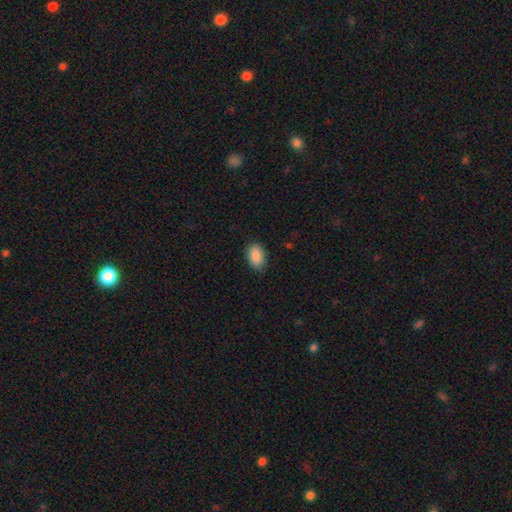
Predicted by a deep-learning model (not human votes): smooth-or-featured: smooth: 89% | star or artifact: 7% | featured or disk: 4%
  how-rounded: in between: 89% | round: 9% | cigar-shaped: 1%
  merging: none: 83% | minor disturbance: 13% | major disturbance: 3% | merger: 1%